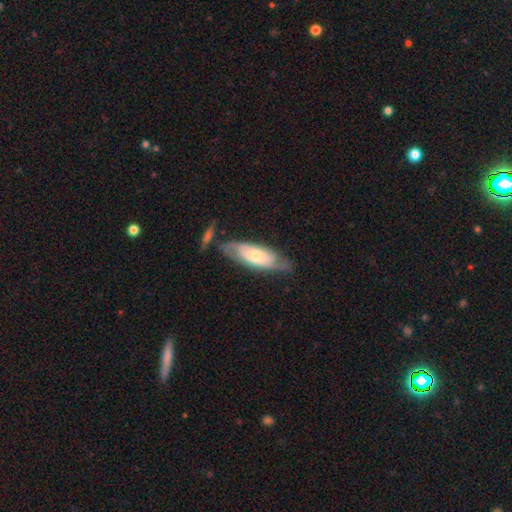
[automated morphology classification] A featured or disk galaxy (58%).

Vote fractions:
- Smooth or featured? featured or disk: 58% / smooth: 36% / star or artifact: 6%
- Edge-on disk? no: 79% / yes: 21%
- Merging? none: 62% / minor disturbance: 21% / merger: 8% / major disturbance: 8%